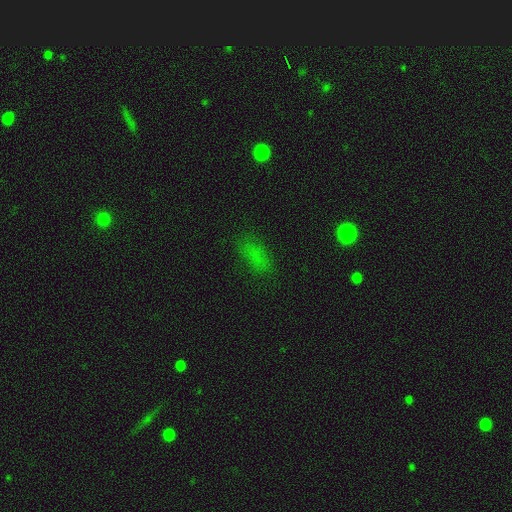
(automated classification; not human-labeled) This is likely a smooth galaxy (64%). How rounded: likely in between (78%). Merging: likely none (73%).